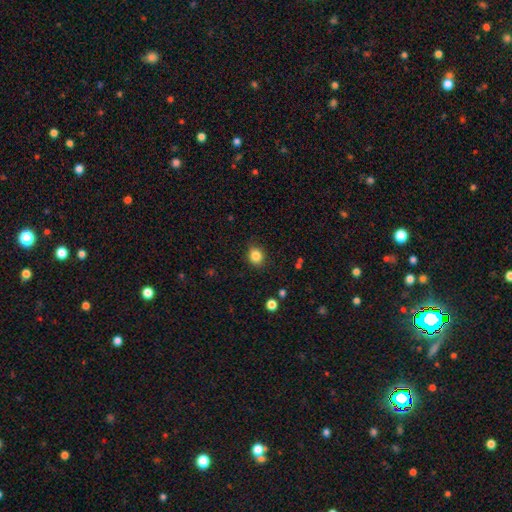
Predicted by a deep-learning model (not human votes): A smooth galaxy with no disk features (84%) that is round (68%). Merging: none (85%).